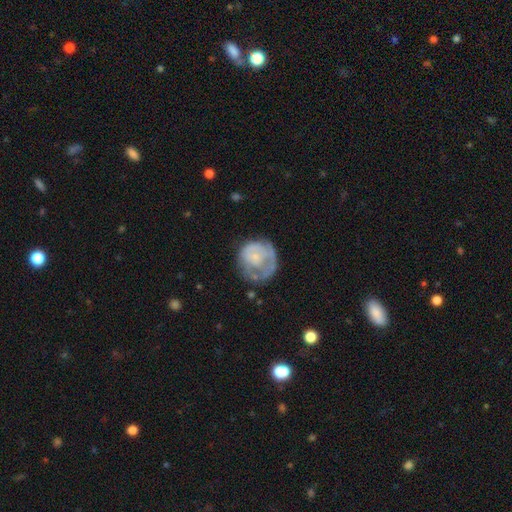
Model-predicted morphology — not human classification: A featured or disk galaxy (52%) with no bar (84%), no spiral arms (60%) and a small central bulge (50%).

Vote fractions:
- Smooth or featured? featured or disk: 52% / smooth: 40% / star or artifact: 7%
- Edge-on disk? no: 98% / yes: 2%
- Bar? no: 84% / weak: 13% / strong: 2%
- Spiral arms? no: 60% / yes: 40%
- Bulge size? small: 50% / none: 25% / moderate: 20% / large: 3% / dominant: 1%
- Merging? none: 45% / major disturbance: 27% / minor disturbance: 25% / merger: 3%